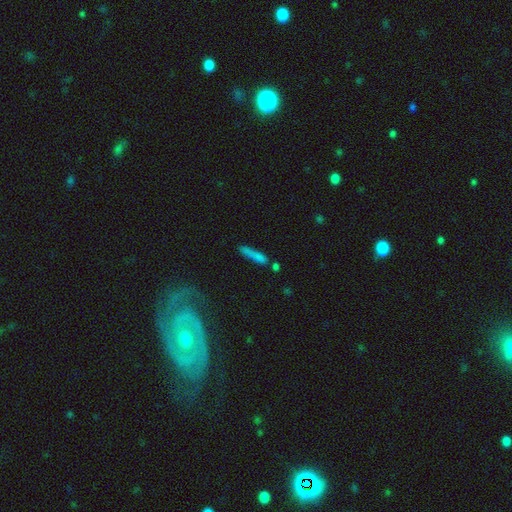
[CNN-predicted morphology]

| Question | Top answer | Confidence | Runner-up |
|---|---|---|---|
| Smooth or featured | smooth | 75% | featured or disk (15%) |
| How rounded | cigar-shaped | 83% | in between (14%) |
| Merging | none | 63% | minor disturbance (18%) |